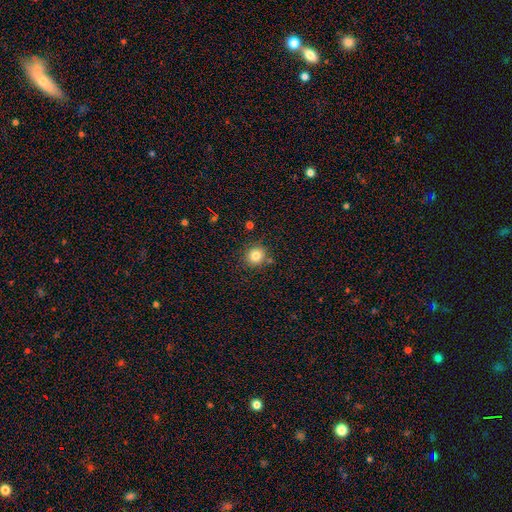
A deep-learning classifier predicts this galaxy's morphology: A smooth galaxy with no disk features (82%) that is round (89%). Merging: none (84%).